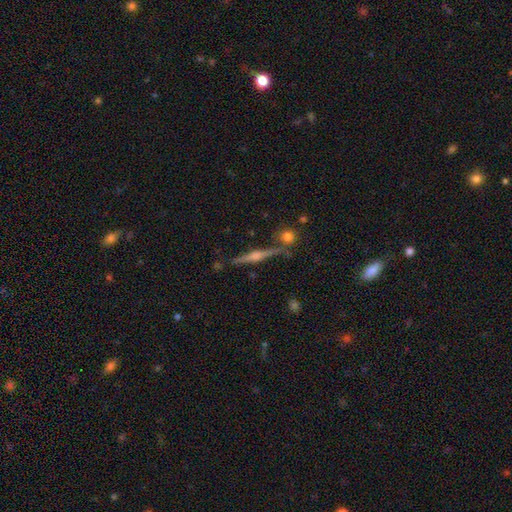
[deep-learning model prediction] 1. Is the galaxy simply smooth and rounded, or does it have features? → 82% featured or disk, 11% smooth, 8% star or artifact.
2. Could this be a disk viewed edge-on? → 98% yes, 2% no.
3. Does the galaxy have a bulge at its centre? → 86% rounded, 8% boxy, 6% none.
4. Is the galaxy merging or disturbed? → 85% none, 8% minor disturbance, 5% merger, 2% major disturbance.